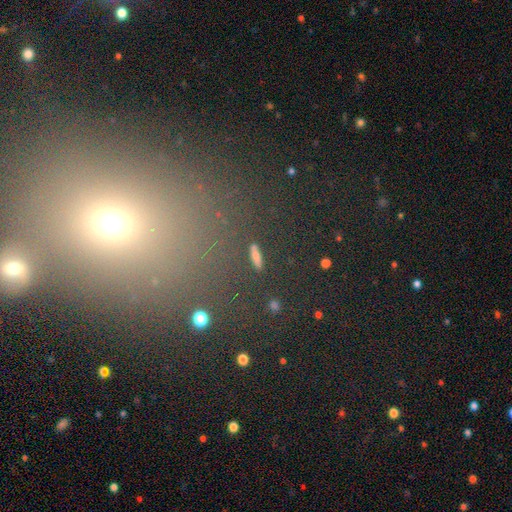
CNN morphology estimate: Q: Smooth or featured?
A: smooth (61%); runner-up: star or artifact (23%)
Q: How rounded?
A: cigar-shaped (56%); runner-up: in between (33%)
Q: Merging?
A: none (87%); runner-up: minor disturbance (7%)